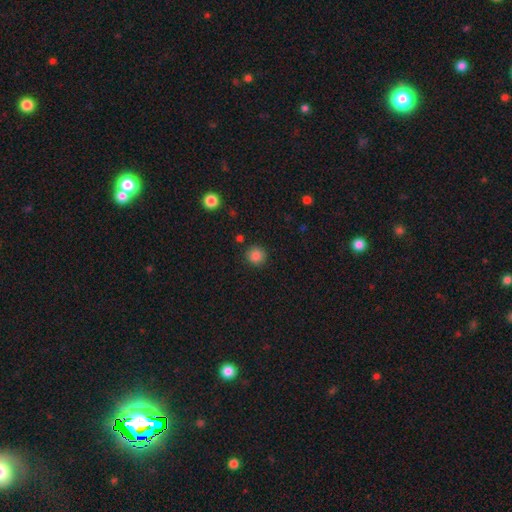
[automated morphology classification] This appears to be a smooth galaxy with no disk features (86%) that is round (93%). Merging: none (88%).